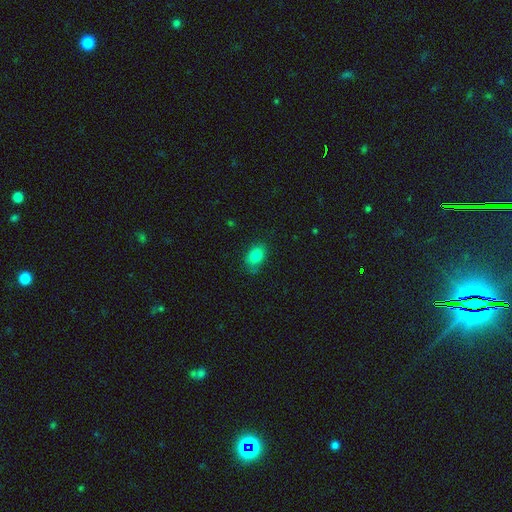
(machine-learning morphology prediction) This is clearly a smooth galaxy (82%). How rounded: clearly in between (80%). Merging: likely none (75%).